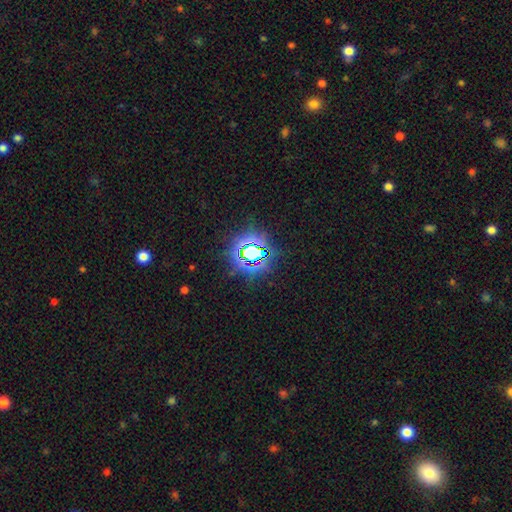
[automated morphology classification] star or artifact 75%, smooth 15%, featured or disk 10%.